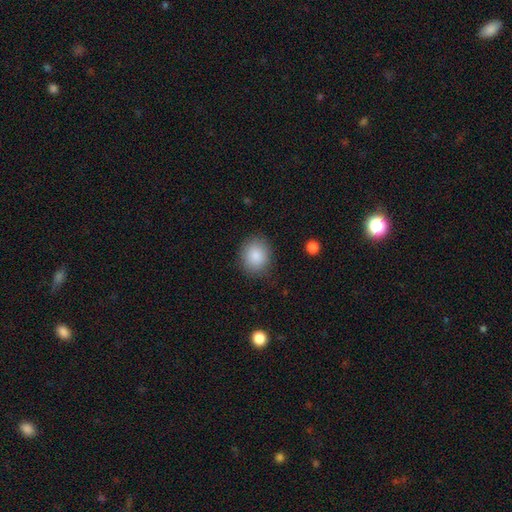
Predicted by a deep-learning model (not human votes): Smooth or featured? smooth (87%)
How rounded? round (69%)
Merging? none (84%)